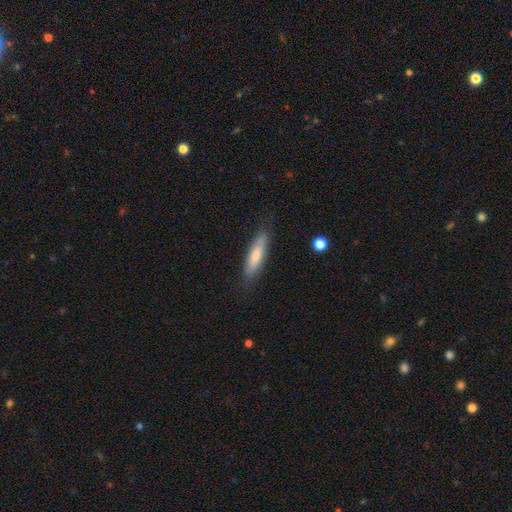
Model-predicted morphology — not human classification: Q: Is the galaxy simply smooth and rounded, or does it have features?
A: smooth — 74%.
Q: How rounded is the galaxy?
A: cigar-shaped — 73%.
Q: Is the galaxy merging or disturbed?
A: none — 82%.